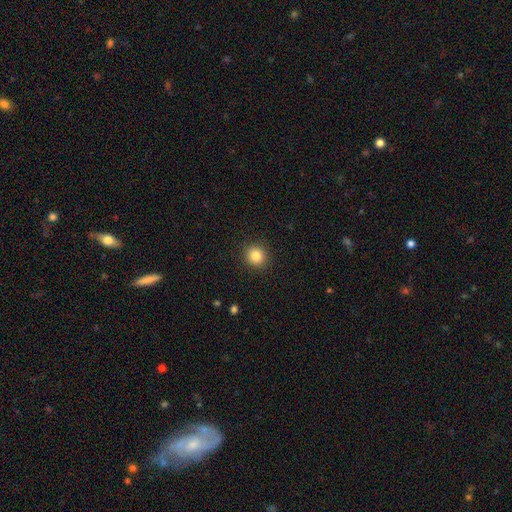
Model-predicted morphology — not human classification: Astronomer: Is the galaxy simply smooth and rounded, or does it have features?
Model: smooth — 85%.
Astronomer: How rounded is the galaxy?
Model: round — 89%.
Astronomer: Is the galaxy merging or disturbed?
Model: none — 91%.